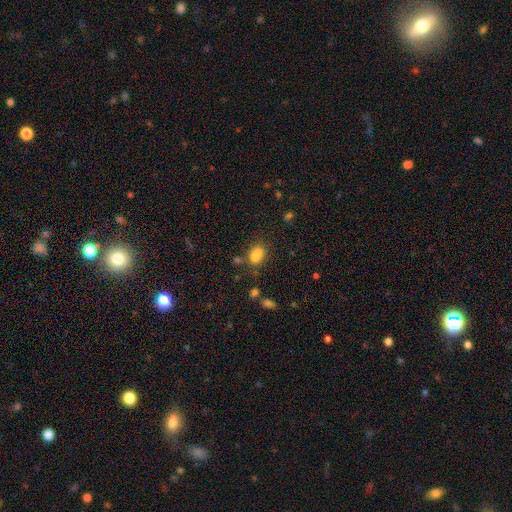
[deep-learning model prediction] This is likely a smooth galaxy (77%). How rounded: likely in between (64%). Merging: possibly none (49%).